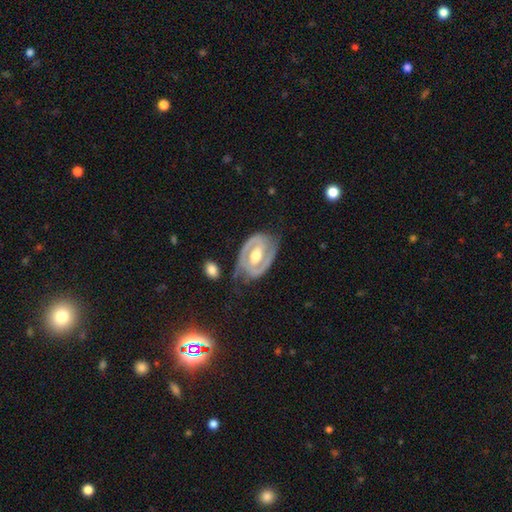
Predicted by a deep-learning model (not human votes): Morphology: type=featured or disk (86%); edge-on=no (96%); bar=weak (39%); spiral arms=yes (88%); winding=tight (50%); arm count=2 (84%); bulge=moderate (73%); merging=none (68%).